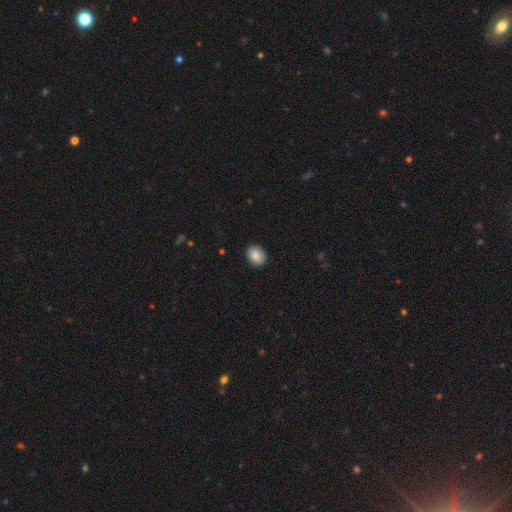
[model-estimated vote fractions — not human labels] This appears to be a smooth galaxy with no disk features (87%) that is round (55%). Merging: none (90%).